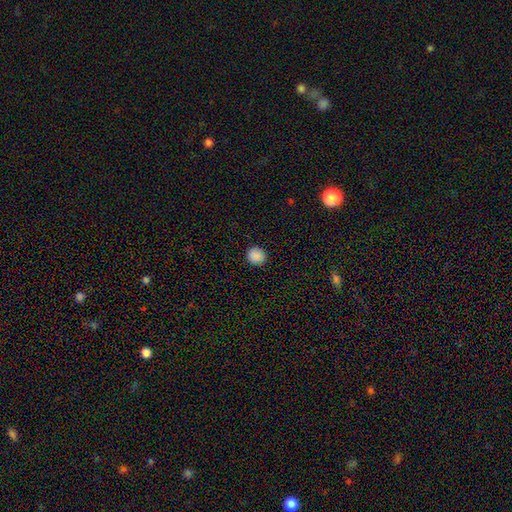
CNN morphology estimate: smooth-or-featured: smooth: 88% | star or artifact: 9% | featured or disk: 2%
  how-rounded: round: 90% | in between: 9% | cigar-shaped: 1%
  merging: none: 91% | minor disturbance: 6% | major disturbance: 2% | merger: 1%